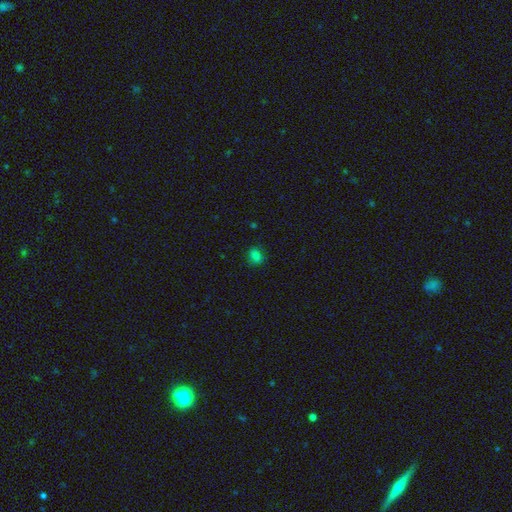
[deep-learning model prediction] smooth-or-featured: smooth: 78% | star or artifact: 18% | featured or disk: 4%
  how-rounded: in between: 54% | round: 44% | cigar-shaped: 1%
  merging: none: 82% | minor disturbance: 13% | major disturbance: 3% | merger: 1%